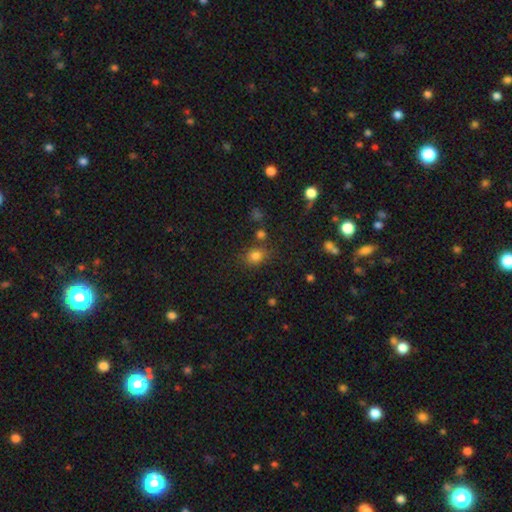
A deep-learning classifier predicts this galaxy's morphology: Q: Smooth or featured?
A: smooth (79%); runner-up: star or artifact (14%)
Q: How rounded?
A: round (59%); runner-up: in between (40%)
Q: Merging?
A: none (72%); runner-up: minor disturbance (14%)